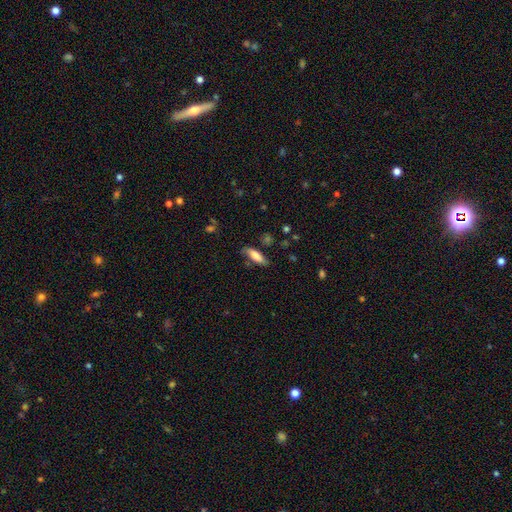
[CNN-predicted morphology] Overall: smooth (75%). How rounded: in between (54%; cigar-shaped 44%). Merging: none (70%).